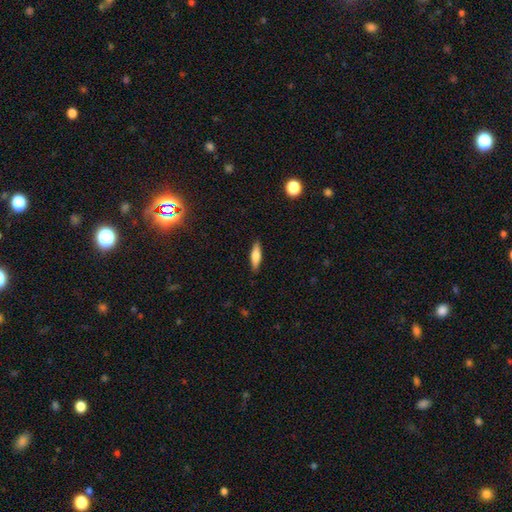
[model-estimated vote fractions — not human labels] Smooth or featured: smooth — 65% (featured or disk — 28%)
How rounded: cigar-shaped — 60% (in between — 38%)
Merging: none — 88% (minor disturbance — 9%)